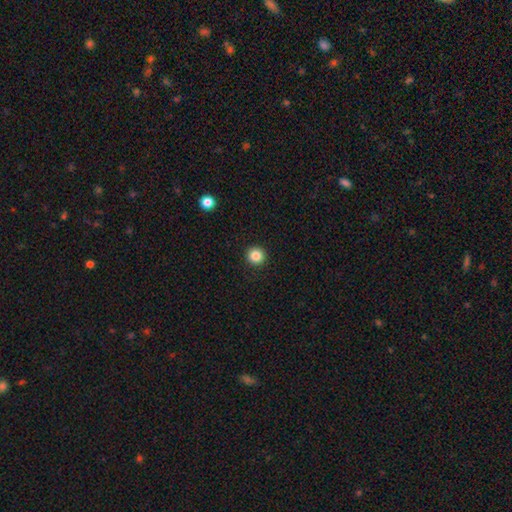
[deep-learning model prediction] Smooth or featured? smooth (85%)
How rounded? round (94%)
Merging? none (93%)